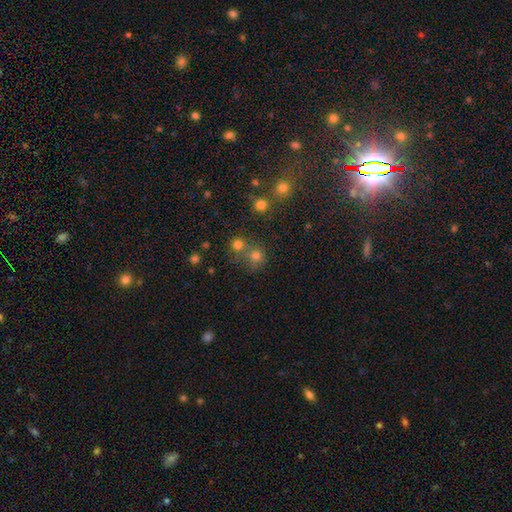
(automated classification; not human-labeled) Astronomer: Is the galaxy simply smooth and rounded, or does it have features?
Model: smooth — 72%.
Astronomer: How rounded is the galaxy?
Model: round — 87%.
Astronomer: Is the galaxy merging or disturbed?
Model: none — 55% (runner-up: merger, 33%).